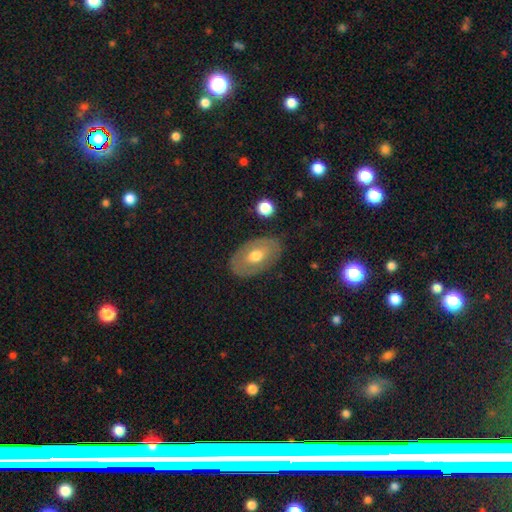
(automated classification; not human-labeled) Smooth or featured? smooth (50%)
How rounded? in between (89%)
Merging? none (81%)